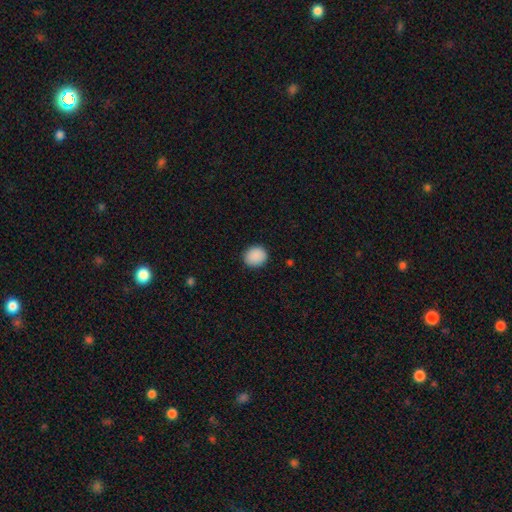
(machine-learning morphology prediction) This appears to be a smooth galaxy with no disk features (90%) that is round (78%). Merging: none (90%).